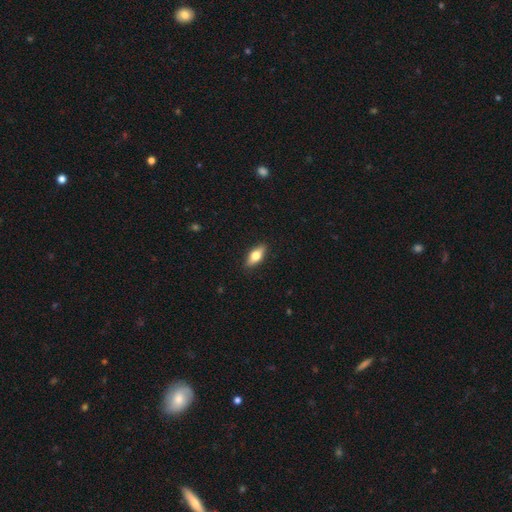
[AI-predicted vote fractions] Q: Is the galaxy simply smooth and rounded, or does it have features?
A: smooth — 66%.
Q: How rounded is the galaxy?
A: in between — 78%.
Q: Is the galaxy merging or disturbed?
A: none — 88%.